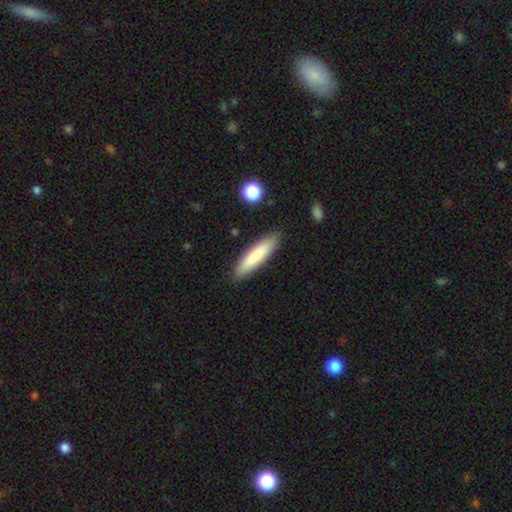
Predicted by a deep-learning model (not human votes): Q: Smooth or featured?
A: smooth (82%); runner-up: featured or disk (12%)
Q: How rounded?
A: cigar-shaped (81%); runner-up: in between (18%)
Q: Merging?
A: none (89%); runner-up: minor disturbance (8%)